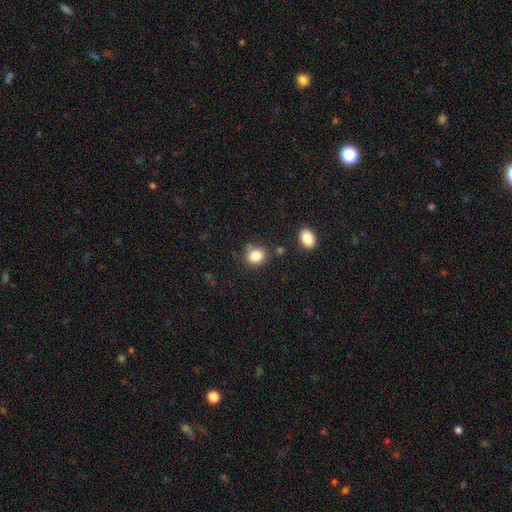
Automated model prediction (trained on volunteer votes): Smooth or featured: smooth — 85% (star or artifact — 10%)
How rounded: round — 66% (in between — 33%)
Merging: none — 74% (minor disturbance — 14%)